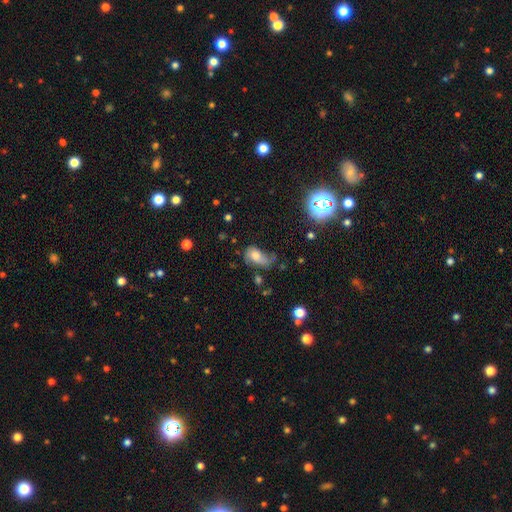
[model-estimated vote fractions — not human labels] Smooth or featured? smooth (61%)
How rounded? in between (85%)
Merging? major disturbance (33%)